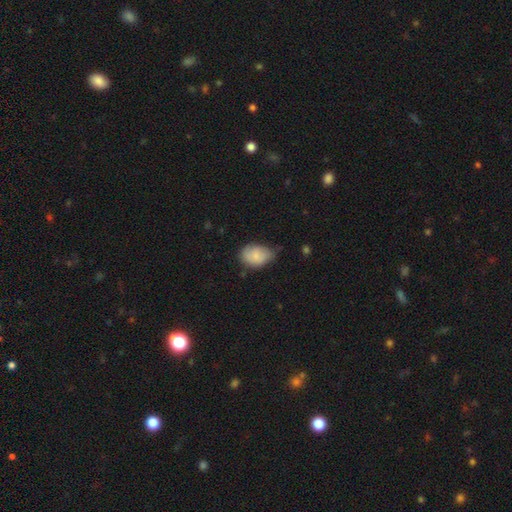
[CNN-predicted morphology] This is likely a smooth galaxy (77%). How rounded: clearly in between (83%). Merging: possibly none (46%).